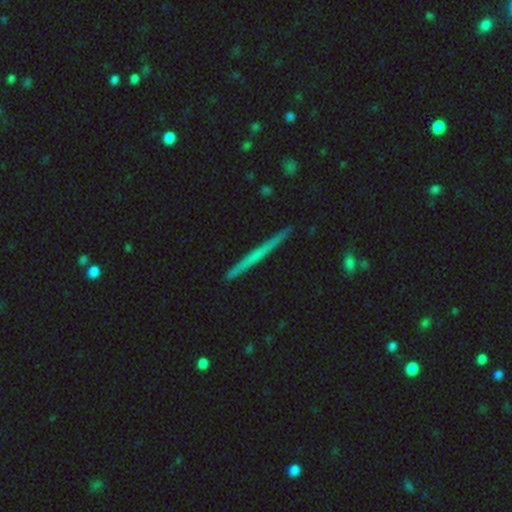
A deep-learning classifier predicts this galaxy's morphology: Q: Smooth or featured?
A: featured or disk (54%); runner-up: smooth (39%)
Q: Edge-on disk?
A: yes (98%); runner-up: no (2%)
Q: Edge-on bulge?
A: none (86%); runner-up: rounded (10%)
Q: Merging?
A: none (92%); runner-up: minor disturbance (6%)